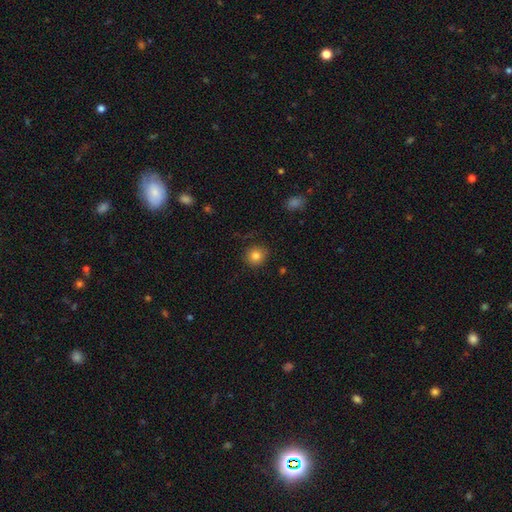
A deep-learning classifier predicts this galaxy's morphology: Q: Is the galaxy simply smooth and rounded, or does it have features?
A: smooth — 83%.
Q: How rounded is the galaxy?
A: round — 88%.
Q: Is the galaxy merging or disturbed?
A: none — 86%.